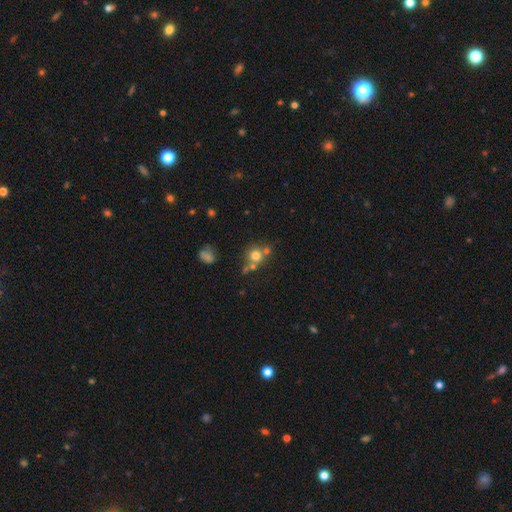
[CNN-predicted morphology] smooth-or-featured: smooth: 73% | star or artifact: 14% | featured or disk: 13%
  how-rounded: round: 87% | in between: 12% | cigar-shaped: 1%
  merging: none: 56% | merger: 29% | minor disturbance: 10% | major disturbance: 4%